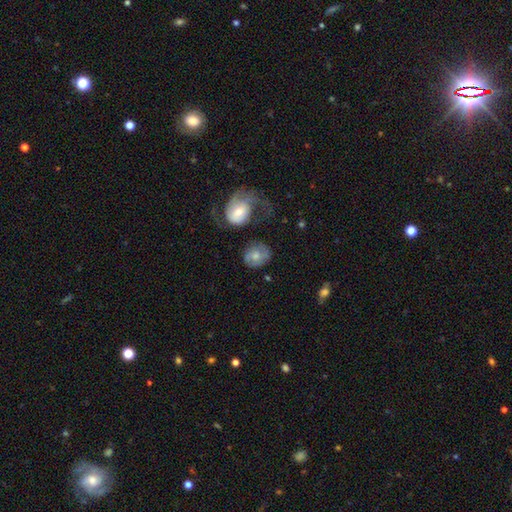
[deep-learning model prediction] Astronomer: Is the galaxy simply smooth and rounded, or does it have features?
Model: smooth — 54% (runner-up: featured or disk, 40%).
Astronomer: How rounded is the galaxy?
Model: round — 71%.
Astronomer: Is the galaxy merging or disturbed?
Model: none — 55%.